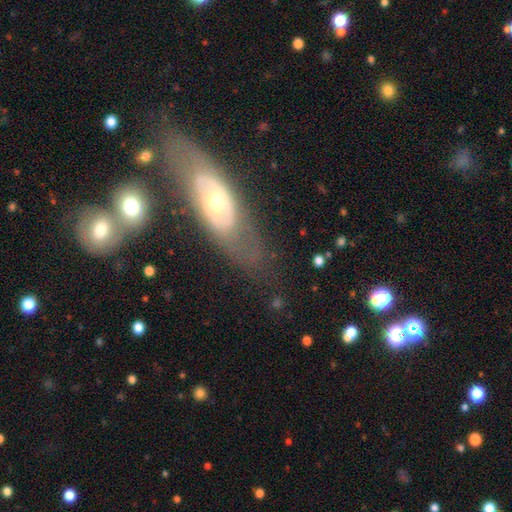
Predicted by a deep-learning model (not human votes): Smooth or featured? Predicted: featured or disk (p=0.63). Edge-on disk? Predicted: no (p=0.81). Bar? Predicted: no (p=0.81). Spiral arms? Predicted: no (p=0.61). Bulge size? Predicted: moderate (p=0.51). Merging? Predicted: none (p=0.63).